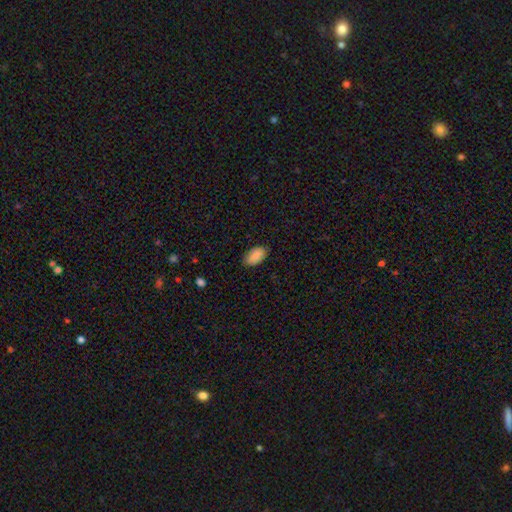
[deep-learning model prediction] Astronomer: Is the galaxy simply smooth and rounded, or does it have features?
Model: smooth — 88%.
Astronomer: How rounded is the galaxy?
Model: in between — 95%.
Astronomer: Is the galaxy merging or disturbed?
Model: none — 84%.